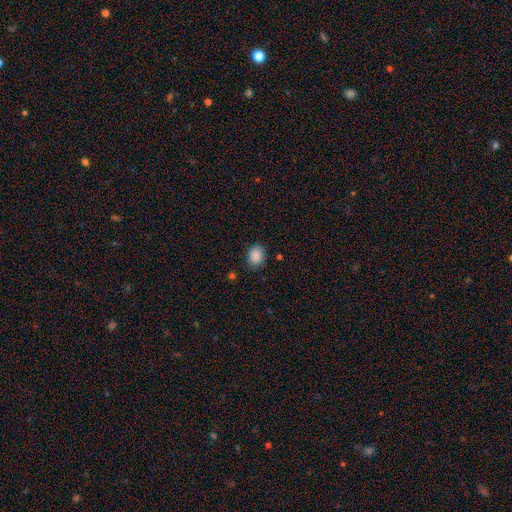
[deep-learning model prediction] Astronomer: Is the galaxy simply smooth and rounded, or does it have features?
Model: smooth — 88%.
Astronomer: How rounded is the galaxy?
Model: round — 50% (runner-up: in between, 49%).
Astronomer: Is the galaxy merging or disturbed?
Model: none — 84%.